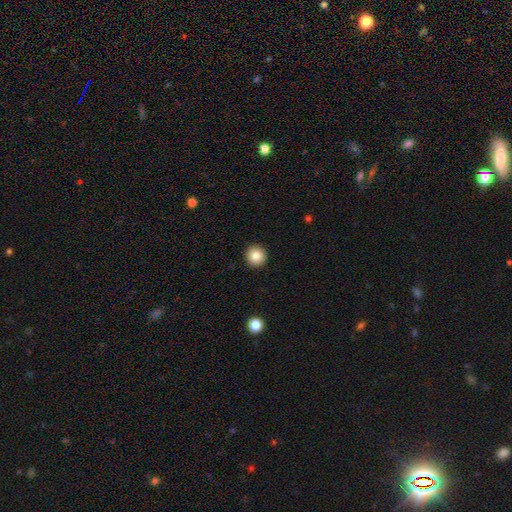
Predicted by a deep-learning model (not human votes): smooth_or_featured: smooth (p=0.86) [alt: star or artifact p=0.09]
how_rounded: round (p=0.95) [alt: in between p=0.04]
merging: none (p=0.93) [alt: minor disturbance p=0.05]